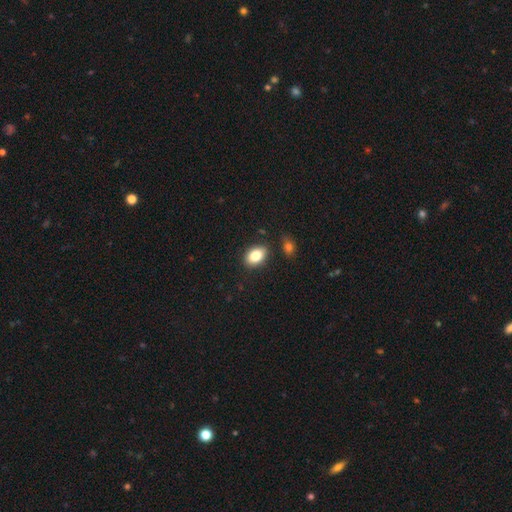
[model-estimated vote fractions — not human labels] Smooth or featured?
  - smooth: 83% *
  - featured or disk: 9%
  - star or artifact: 8%
How rounded?
  - in between: 85% *
  - round: 13%
  - cigar-shaped: 1%
Merging?
  - none: 84% *
  - minor disturbance: 10%
  - merger: 3%
  - major disturbance: 2%